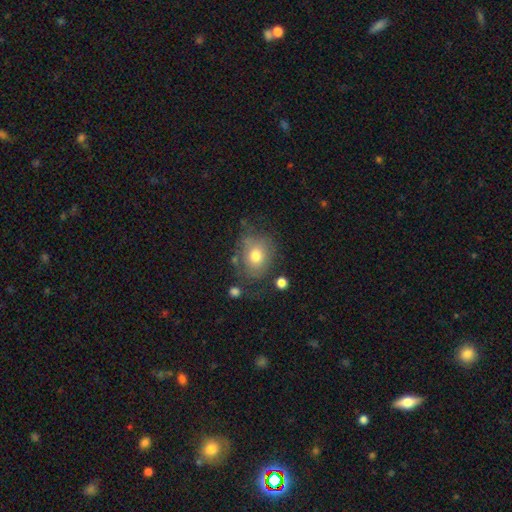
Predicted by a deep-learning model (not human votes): smooth-or-featured: smooth: 71% | featured or disk: 20% | star or artifact: 9%
  how-rounded: round: 58% | in between: 41% | cigar-shaped: 1%
  merging: none: 60% | minor disturbance: 23% | major disturbance: 13% | merger: 5%